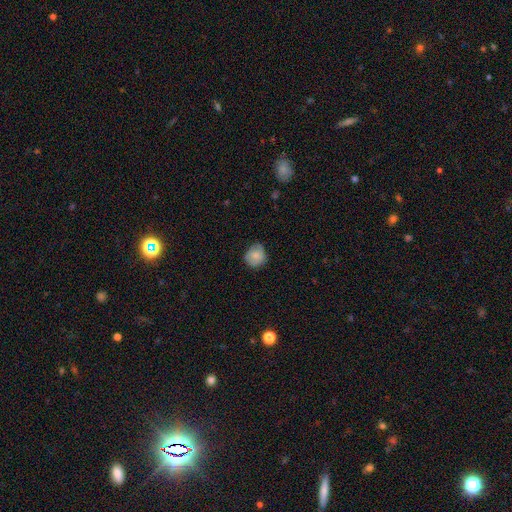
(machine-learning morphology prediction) This is likely a smooth galaxy (77%). How rounded: likely round (79%). Merging: likely none (69%).